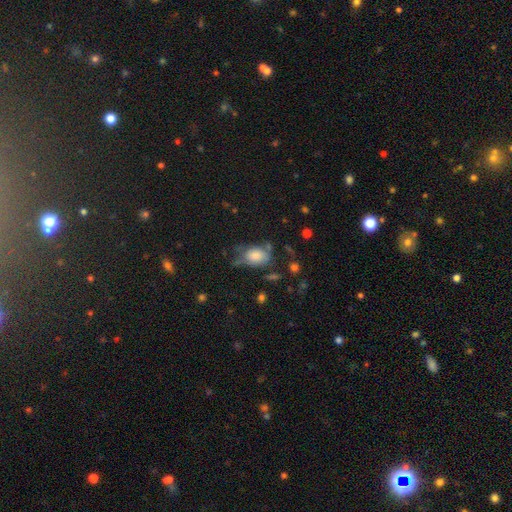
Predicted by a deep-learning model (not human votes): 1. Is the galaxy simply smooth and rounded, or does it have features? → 75% smooth, 16% featured or disk, 9% star or artifact.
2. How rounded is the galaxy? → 79% in between, 19% round, 2% cigar-shaped.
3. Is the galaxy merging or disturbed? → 36% none, 34% minor disturbance, 22% major disturbance, 8% merger.